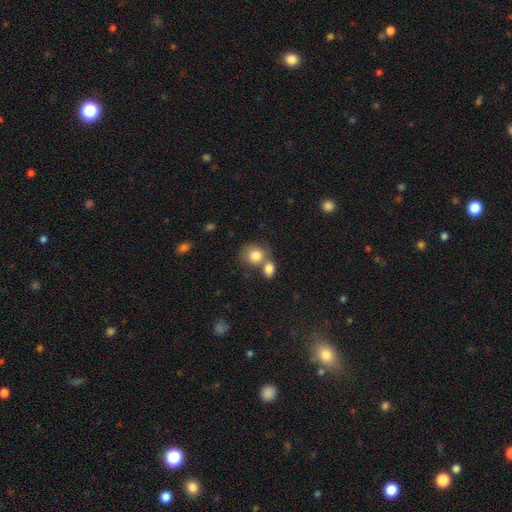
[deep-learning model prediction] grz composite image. It shows a smooth galaxy with no disk features (82%) that is round (67%). Merging: merger (44%).